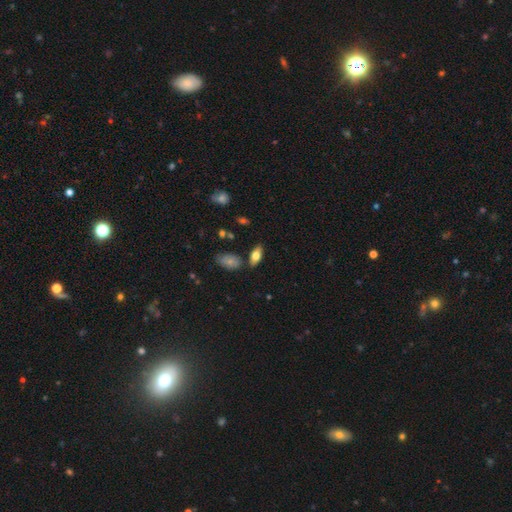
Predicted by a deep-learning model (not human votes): The model was most divided on "smooth or featured": smooth: 66%, featured or disk: 26%, star or artifact: 8%. More confident: how rounded — in between (83%); merging — none (78%).